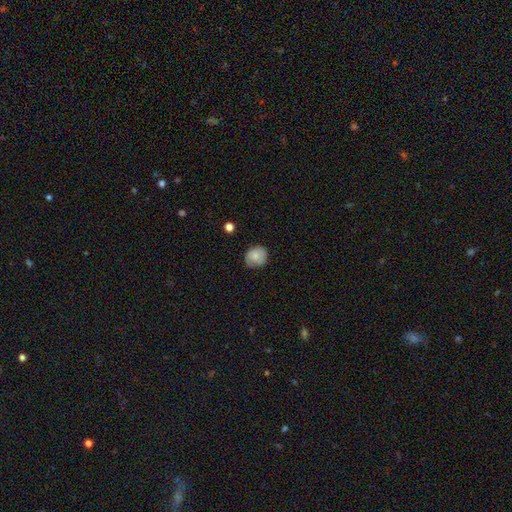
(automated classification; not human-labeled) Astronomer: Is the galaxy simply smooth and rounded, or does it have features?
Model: smooth — 79%.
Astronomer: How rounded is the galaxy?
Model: round — 78%.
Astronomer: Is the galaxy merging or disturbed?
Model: none — 72%.